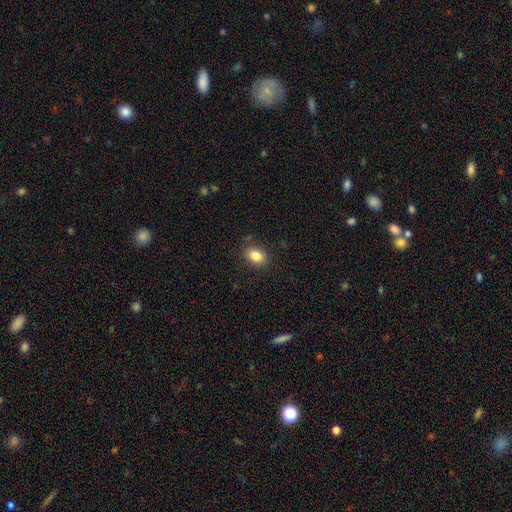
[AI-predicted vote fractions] Smooth or featured? Predicted: smooth (p=0.84). How rounded? Predicted: in between (p=0.74). Merging? Predicted: none (p=0.85).